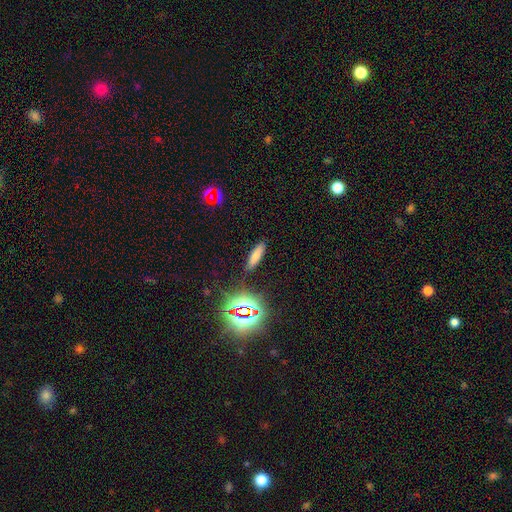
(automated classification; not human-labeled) Smooth or featured?
  - smooth: 70% *
  - star or artifact: 21%
  - featured or disk: 9%
How rounded?
  - cigar-shaped: 64% *
  - in between: 32%
  - round: 3%
Merging?
  - none: 86% *
  - minor disturbance: 9%
  - major disturbance: 3%
  - merger: 2%